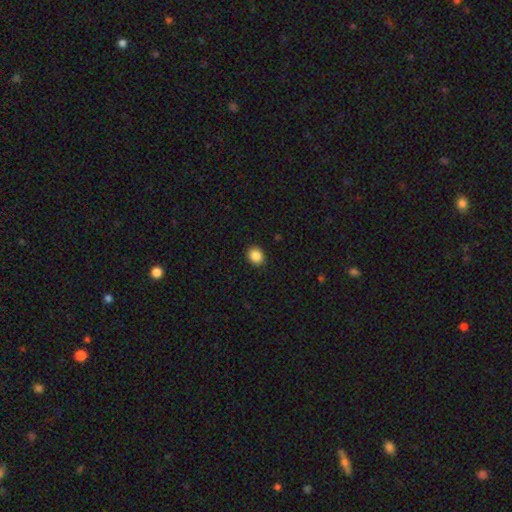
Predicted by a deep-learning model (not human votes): smooth-or-featured: smooth: 87% | star or artifact: 9% | featured or disk: 3%
  how-rounded: round: 64% | in between: 35% | cigar-shaped: 1%
  merging: none: 92% | minor disturbance: 6% | major disturbance: 2% | merger: 1%